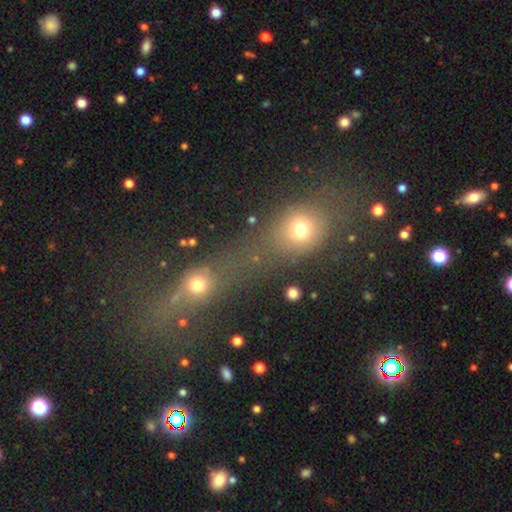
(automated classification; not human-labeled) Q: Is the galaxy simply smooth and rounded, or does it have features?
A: smooth — 45%.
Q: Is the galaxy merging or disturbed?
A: merger — 56%.